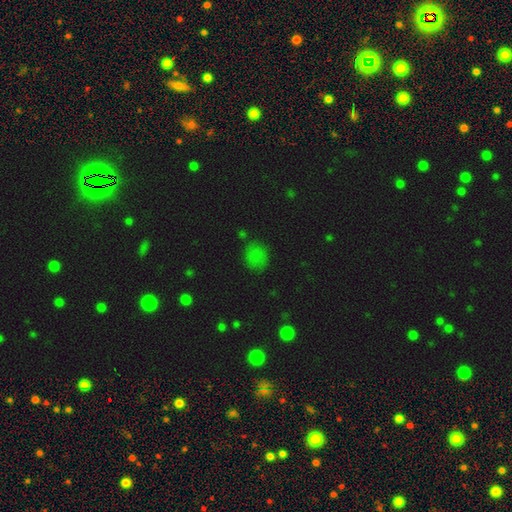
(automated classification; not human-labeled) Smooth or featured? Predicted: smooth (p=0.73). How rounded? Predicted: round (p=0.65). Merging? Predicted: none (p=0.73).